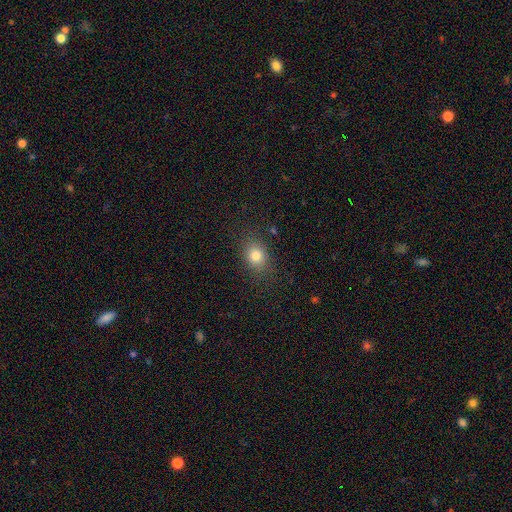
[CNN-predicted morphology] smooth 81%, star or artifact 12%, featured or disk 8%. Down the decision tree: how rounded — in between (55%); merging — none (82%).